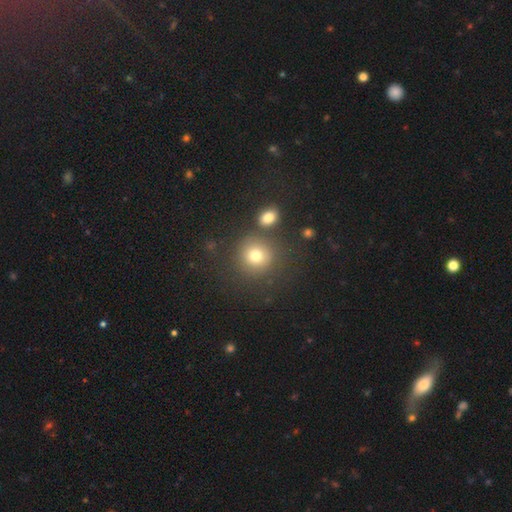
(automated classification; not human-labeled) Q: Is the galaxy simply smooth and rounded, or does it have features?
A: smooth — 77%.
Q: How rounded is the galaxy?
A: round — 88%.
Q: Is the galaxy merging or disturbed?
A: none — 73%.